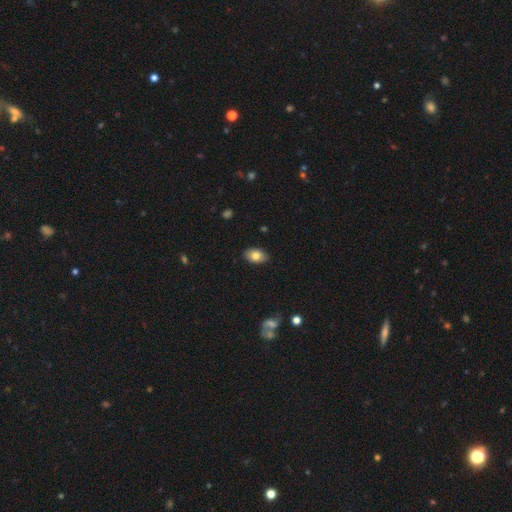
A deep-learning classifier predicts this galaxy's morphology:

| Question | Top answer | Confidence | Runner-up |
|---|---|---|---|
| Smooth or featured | smooth | 78% | featured or disk (14%) |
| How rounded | in between | 89% | round (10%) |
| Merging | none | 86% | minor disturbance (11%) |